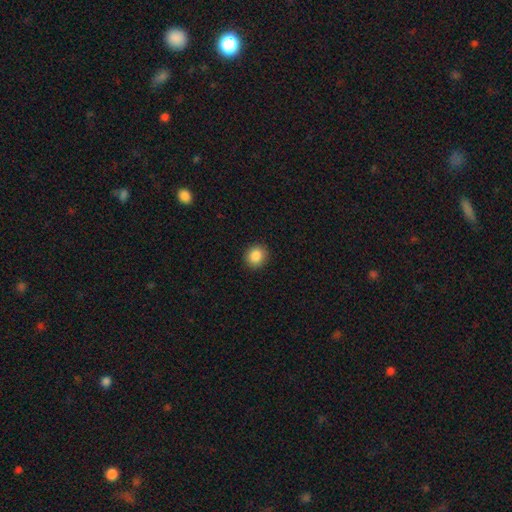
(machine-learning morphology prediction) A smooth galaxy with no disk features (87%) that is round (81%).

Vote fractions:
- Smooth or featured? smooth: 87% / star or artifact: 9% / featured or disk: 4%
- How rounded? round: 81% / in between: 18% / cigar-shaped: 1%
- Merging? none: 91% / minor disturbance: 6% / major disturbance: 2% / merger: 1%